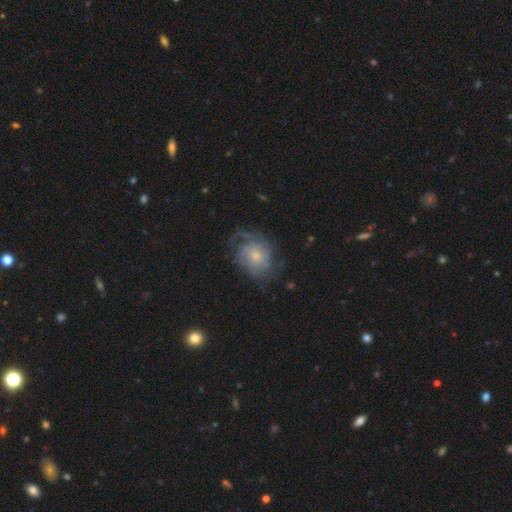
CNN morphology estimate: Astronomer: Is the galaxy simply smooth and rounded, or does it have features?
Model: featured or disk — 67%.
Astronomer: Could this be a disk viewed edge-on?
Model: no — 97%.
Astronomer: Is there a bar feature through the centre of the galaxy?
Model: no — 79%.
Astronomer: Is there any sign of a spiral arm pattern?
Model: yes — 85%.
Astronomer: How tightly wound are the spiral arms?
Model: tight — 45% (runner-up: medium, 35%).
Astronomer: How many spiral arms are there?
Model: can't tell — 43% (runner-up: 2, 22%).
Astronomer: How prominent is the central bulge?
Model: small — 54% (runner-up: moderate, 36%).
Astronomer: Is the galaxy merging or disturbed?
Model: none — 56%.